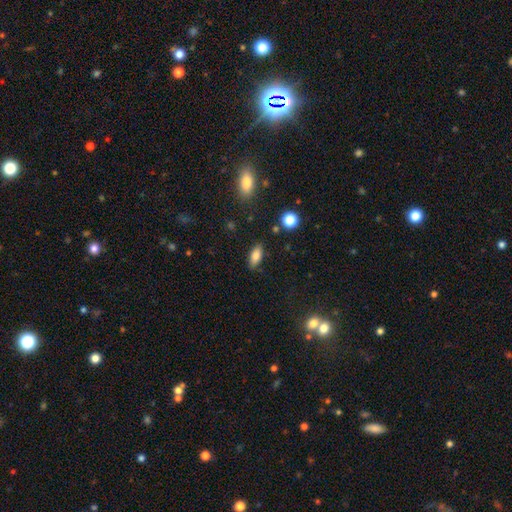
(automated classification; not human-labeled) Smooth or featured? smooth (78%)
How rounded? in between (81%)
Merging? none (85%)